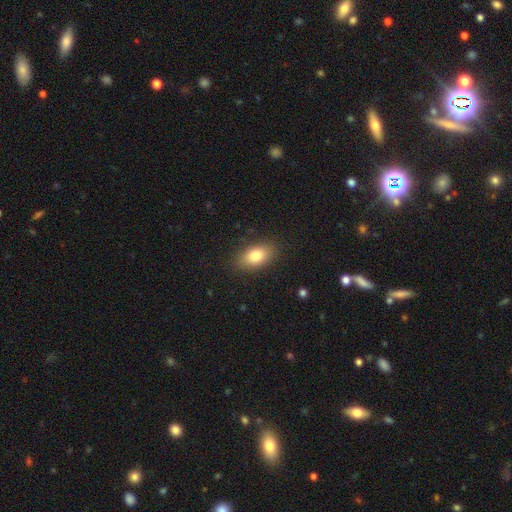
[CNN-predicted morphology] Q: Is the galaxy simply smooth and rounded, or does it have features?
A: smooth — 81%.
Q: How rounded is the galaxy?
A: in between — 89%.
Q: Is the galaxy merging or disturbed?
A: none — 86%.